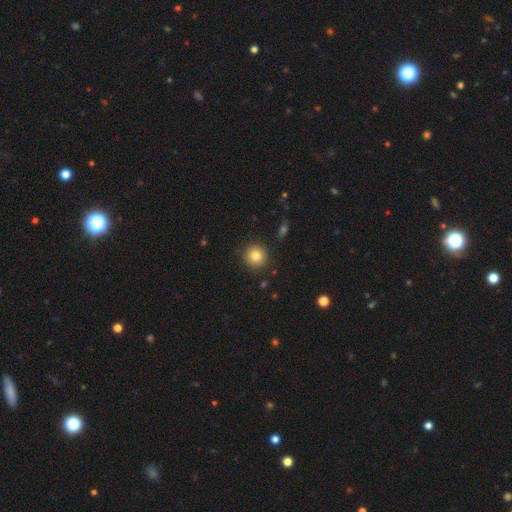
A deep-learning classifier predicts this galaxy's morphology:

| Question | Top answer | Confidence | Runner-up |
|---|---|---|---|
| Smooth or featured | smooth | 82% | star or artifact (10%) |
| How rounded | round | 94% | in between (5%) |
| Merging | none | 91% | minor disturbance (6%) |